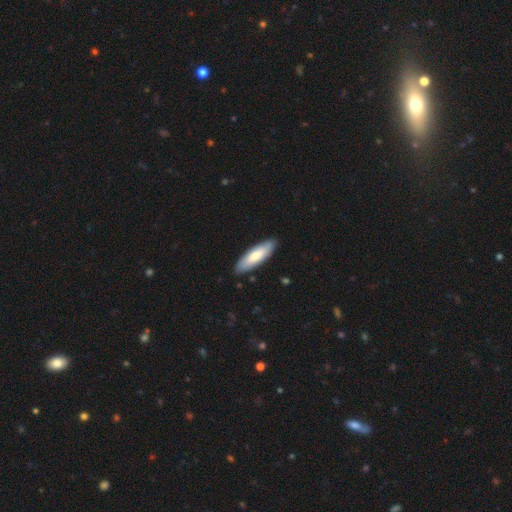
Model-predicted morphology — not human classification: This is likely a smooth galaxy (73%). How rounded: possibly cigar-shaped (50%). Merging: clearly none (88%).